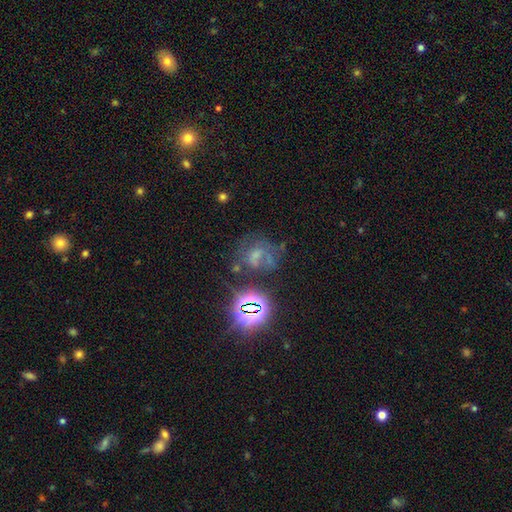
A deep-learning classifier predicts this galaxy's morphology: Smooth or featured: star or artifact — 37% (smooth — 32%)